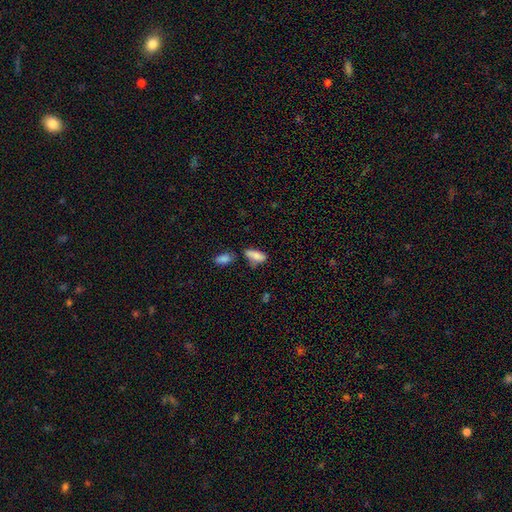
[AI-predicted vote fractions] Smooth or featured? Predicted: smooth (p=0.83). How rounded? Predicted: in between (p=0.82). Merging? Predicted: none (p=0.47).